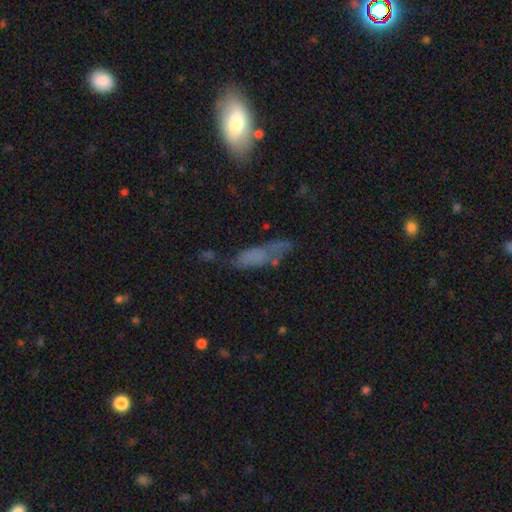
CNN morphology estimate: smooth_or_featured: smooth (p=0.59) [alt: featured or disk p=0.27]
how_rounded: cigar-shaped (p=0.53) [alt: in between p=0.43]
merging: none (p=0.48) [alt: minor disturbance p=0.27]